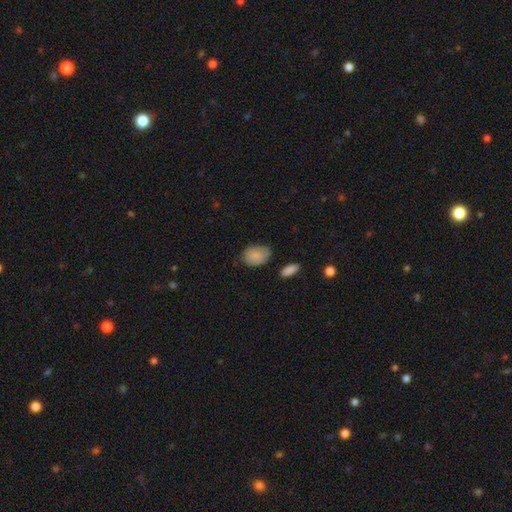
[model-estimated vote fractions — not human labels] Smooth or featured? smooth (84%)
How rounded? in between (79%)
Merging? none (68%)